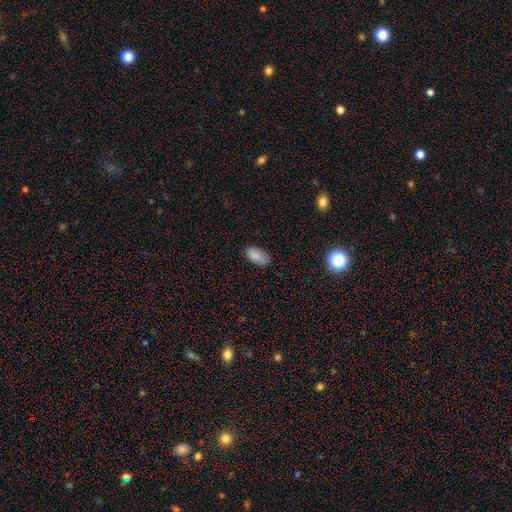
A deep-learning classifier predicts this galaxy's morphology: A smooth galaxy with no disk features (86%) that is in between round and cigar-shaped (94%). Merging: none (75%).